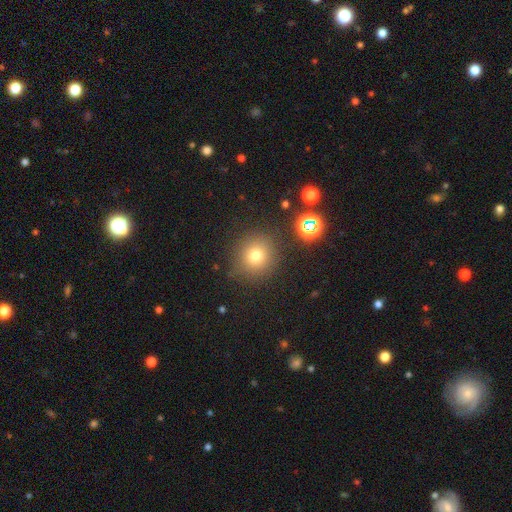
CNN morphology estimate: Smooth or featured? smooth (75%)
How rounded? round (90%)
Merging? none (85%)